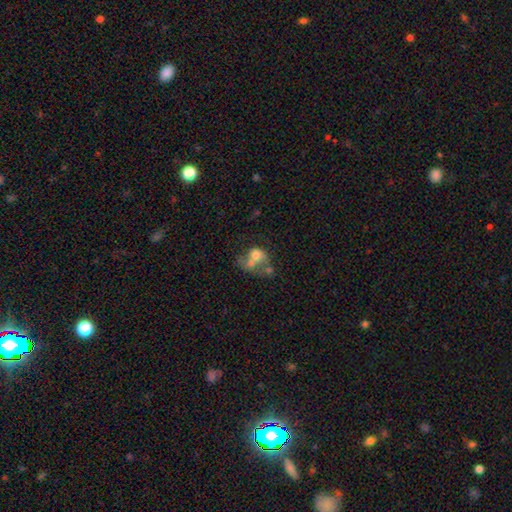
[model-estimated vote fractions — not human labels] smooth 58%, featured or disk 30%, star or artifact 11%. Down the decision tree: how rounded — round (51%); merging — merger (57%).